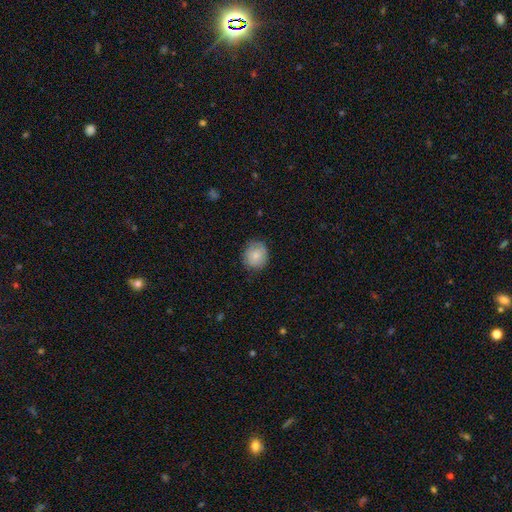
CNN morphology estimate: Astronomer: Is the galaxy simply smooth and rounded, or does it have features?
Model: smooth — 81%.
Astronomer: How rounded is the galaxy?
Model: round — 80%.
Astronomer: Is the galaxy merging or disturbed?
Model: none — 80%.